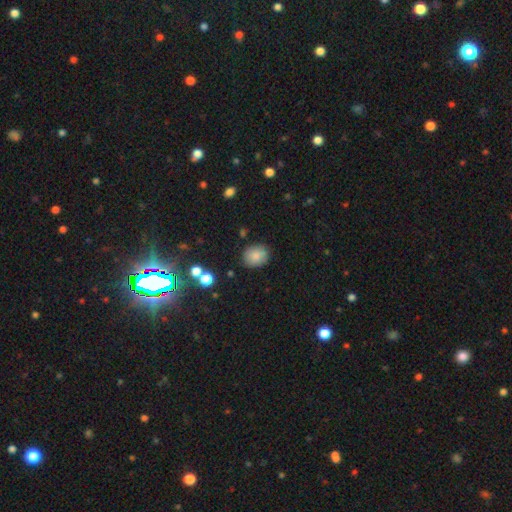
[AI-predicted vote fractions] Smooth or featured?
  - smooth: 84% *
  - star or artifact: 9%
  - featured or disk: 6%
How rounded?
  - round: 54% *
  - in between: 45%
  - cigar-shaped: 1%
Merging?
  - none: 84% *
  - minor disturbance: 11%
  - major disturbance: 3%
  - merger: 2%